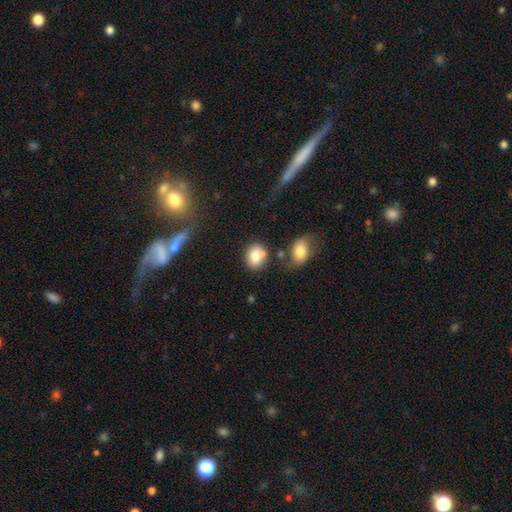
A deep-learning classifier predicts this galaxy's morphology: This appears to be a smooth galaxy with no disk features (81%) that is round (55%). Merging: none (60%).